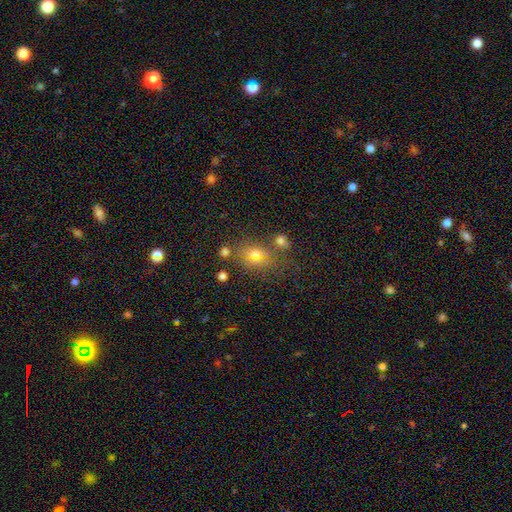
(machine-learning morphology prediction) type=smooth (52%); roundness=in between (66%); merging=none (68%).